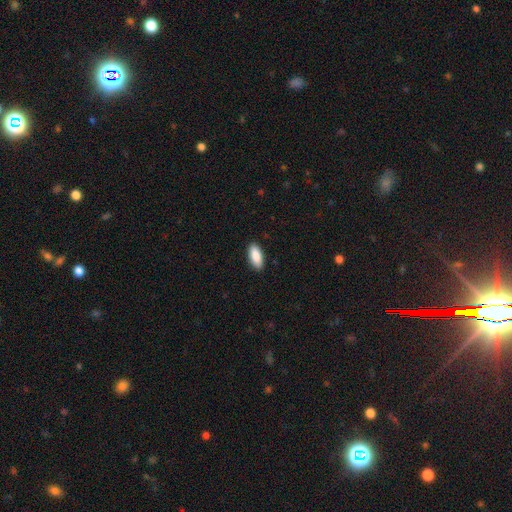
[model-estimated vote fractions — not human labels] Smooth or featured? Predicted: smooth (p=0.90). How rounded? Predicted: in between (p=0.84). Merging? Predicted: none (p=0.90).